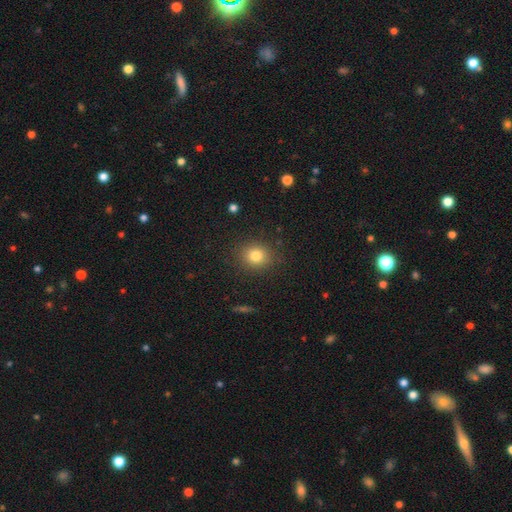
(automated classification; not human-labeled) This appears to be a smooth galaxy with no disk features (80%) that is round (75%). Merging: none (87%).